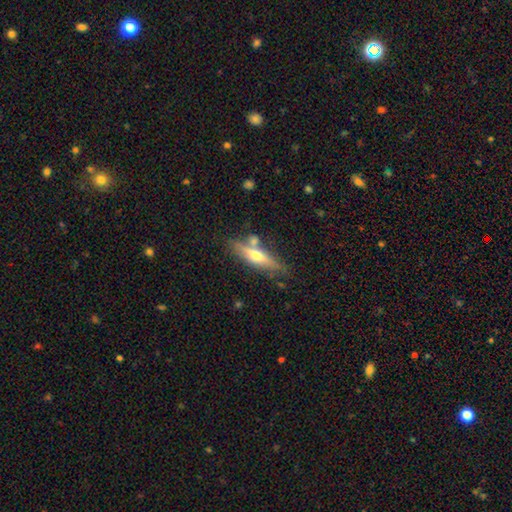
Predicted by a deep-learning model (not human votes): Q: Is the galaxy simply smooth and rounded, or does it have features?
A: featured or disk — 50%.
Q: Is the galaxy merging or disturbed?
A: none — 70%.